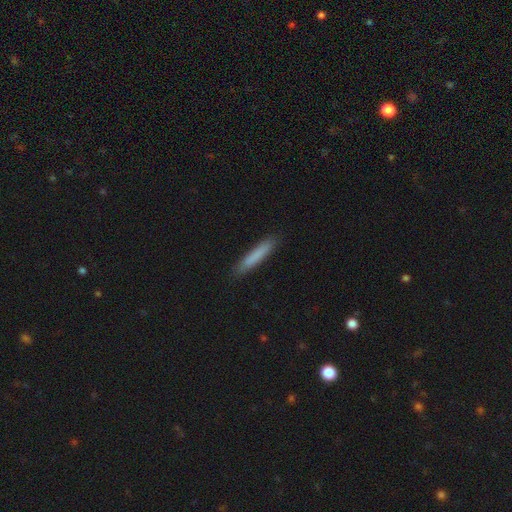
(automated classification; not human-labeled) This appears to be a smooth galaxy with no disk features (80%) that is cigar-shaped (93%). Merging: none (89%).